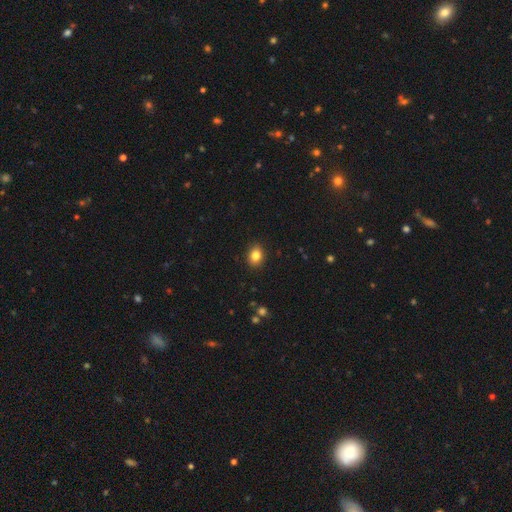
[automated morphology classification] This is clearly a smooth galaxy (83%). How rounded: possibly in between (58%). Merging: clearly none (90%).